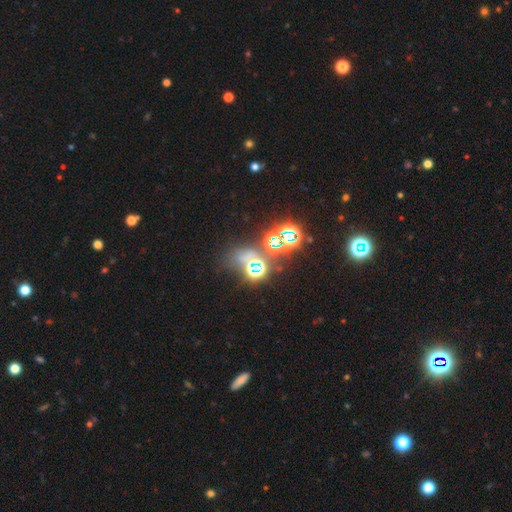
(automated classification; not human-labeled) A star or artifact, not a galaxy (65%).